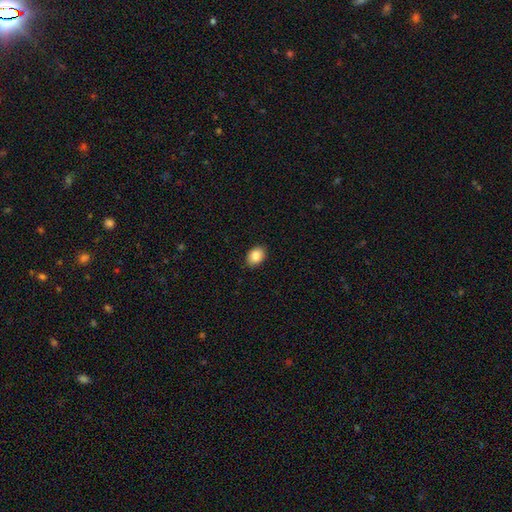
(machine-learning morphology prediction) Smooth or featured: smooth — 87% (star or artifact — 8%)
How rounded: in between — 71% (round — 28%)
Merging: none — 89% (minor disturbance — 8%)